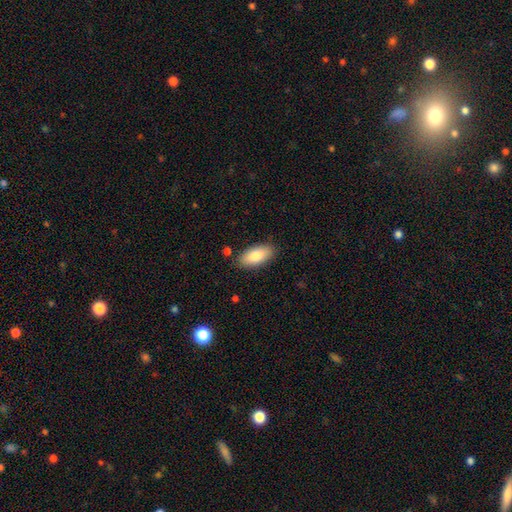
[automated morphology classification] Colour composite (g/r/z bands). It shows a smooth galaxy with no disk features (82%) that is in between round and cigar-shaped (90%). Merging: none (85%).